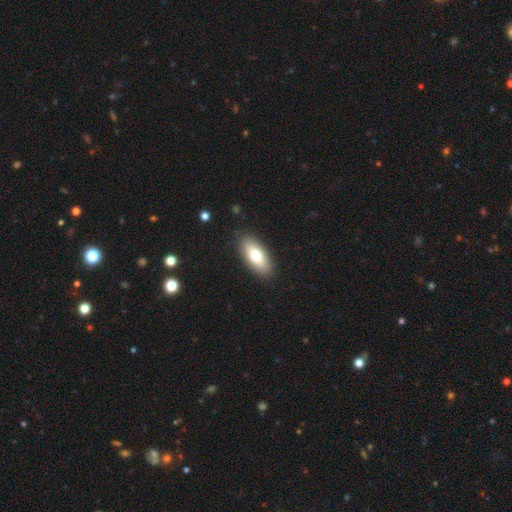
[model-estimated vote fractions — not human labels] Smooth or featured? Predicted: smooth (p=0.74). How rounded? Predicted: in between (p=0.86). Merging? Predicted: none (p=0.87).